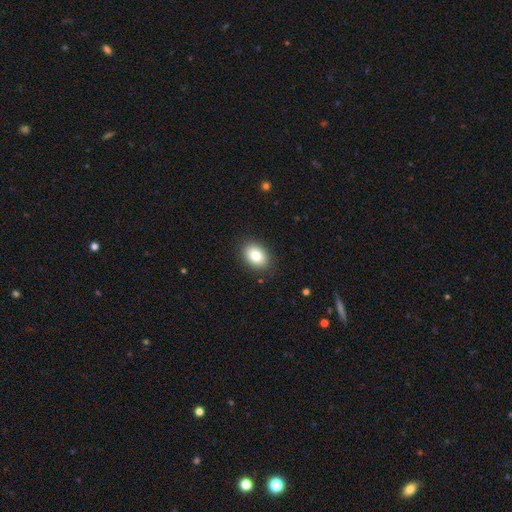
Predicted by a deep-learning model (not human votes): This appears to be a smooth galaxy with no disk features (84%) that is in between round and cigar-shaped (80%). Merging: none (88%).